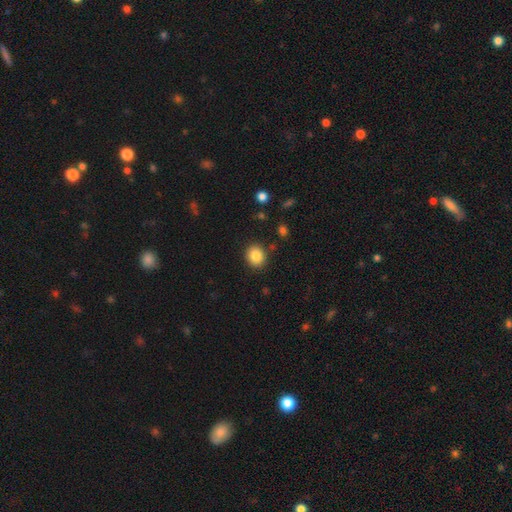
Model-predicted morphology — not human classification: Q: Smooth or featured?
A: smooth (85%); runner-up: star or artifact (9%)
Q: How rounded?
A: round (75%); runner-up: in between (25%)
Q: Merging?
A: none (88%); runner-up: minor disturbance (7%)